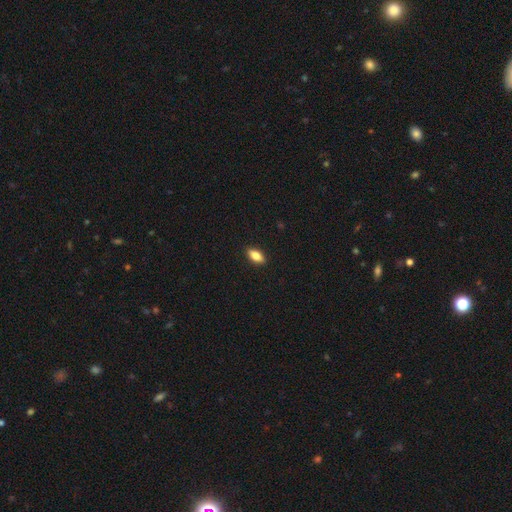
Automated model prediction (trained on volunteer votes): The model was most divided on "smooth or featured": smooth: 80%, featured or disk: 13%, star or artifact: 7%. More confident: merging — none (90%); how rounded — in between (85%).